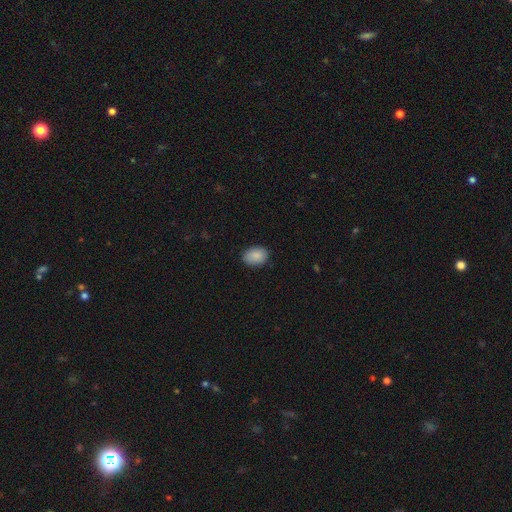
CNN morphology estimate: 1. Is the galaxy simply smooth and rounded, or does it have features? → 89% smooth, 7% star or artifact, 4% featured or disk.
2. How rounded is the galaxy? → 79% in between, 20% round, 1% cigar-shaped.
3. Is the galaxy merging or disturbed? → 87% none, 10% minor disturbance, 2% major disturbance, 1% merger.